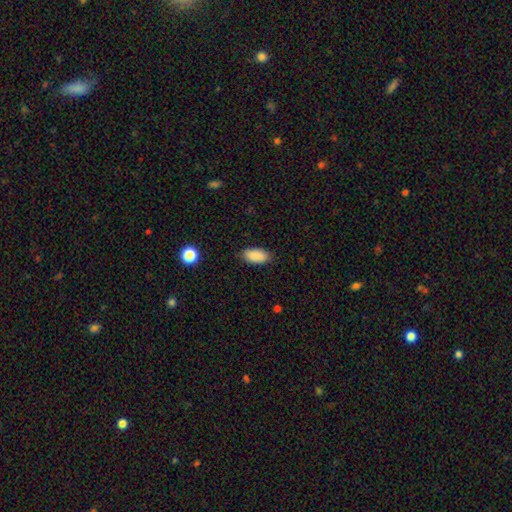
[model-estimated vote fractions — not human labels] smooth_or_featured: smooth (p=0.89) [alt: star or artifact p=0.07]
how_rounded: in between (p=0.93) [alt: cigar-shaped p=0.05]
merging: none (p=0.85) [alt: minor disturbance p=0.12]